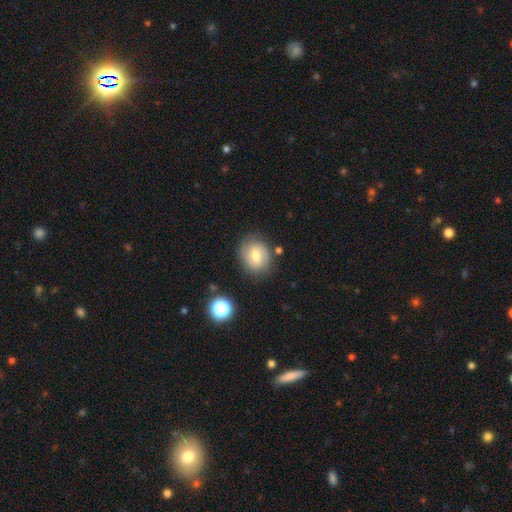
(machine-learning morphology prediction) smooth-or-featured: smooth: 66% | featured or disk: 24% | star or artifact: 10%
  how-rounded: round: 63% | in between: 36% | cigar-shaped: 1%
  merging: none: 76% | minor disturbance: 16% | major disturbance: 5% | merger: 4%